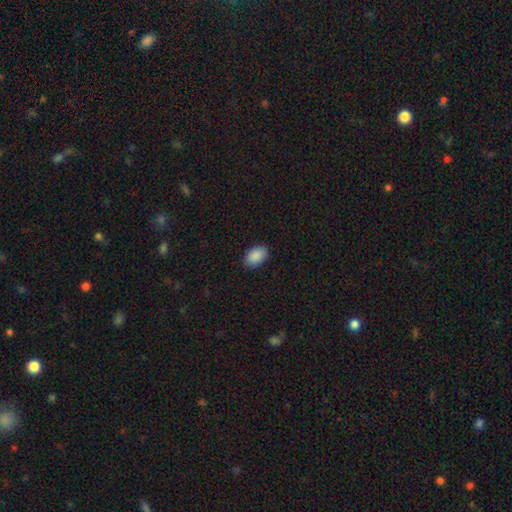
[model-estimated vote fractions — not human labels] Smooth or featured? Predicted: smooth (p=0.90). How rounded? Predicted: in between (p=0.90). Merging? Predicted: none (p=0.88).